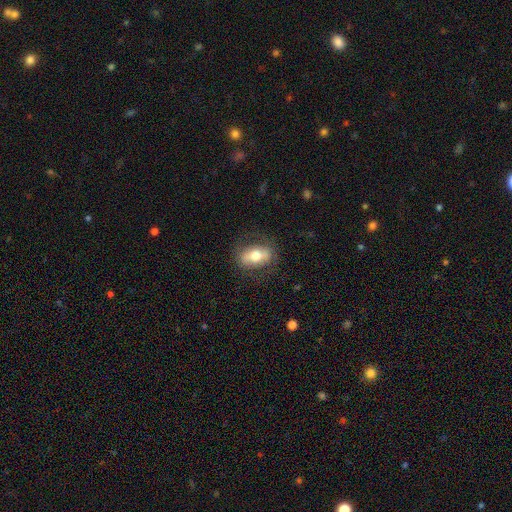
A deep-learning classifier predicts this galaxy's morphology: The model was most divided on "smooth or featured": smooth: 57%, featured or disk: 35%, star or artifact: 7%. More confident: how rounded — in between (83%); merging — none (79%).